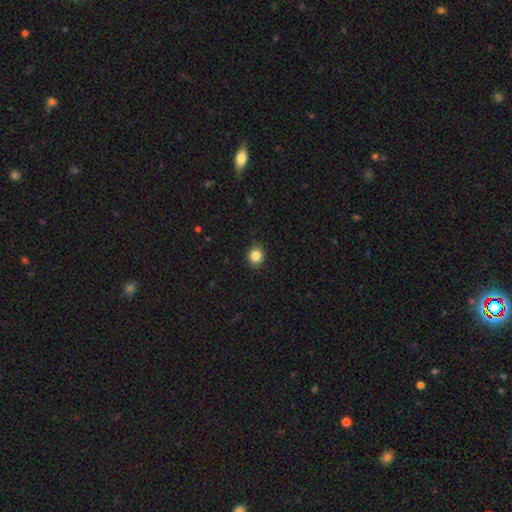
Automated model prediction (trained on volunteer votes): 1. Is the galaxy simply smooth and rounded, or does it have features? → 85% smooth, 10% star or artifact, 5% featured or disk.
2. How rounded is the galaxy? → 80% round, 20% in between, 1% cigar-shaped.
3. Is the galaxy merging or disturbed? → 90% none, 7% minor disturbance, 2% major disturbance, 1% merger.